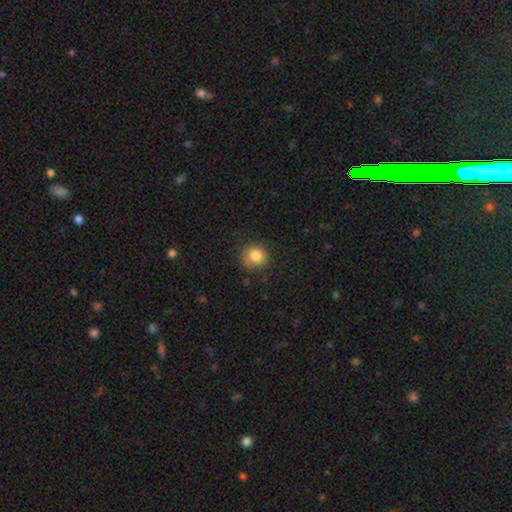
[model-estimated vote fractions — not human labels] Morphology: type=smooth (84%); roundness=round (84%); merging=none (77%).